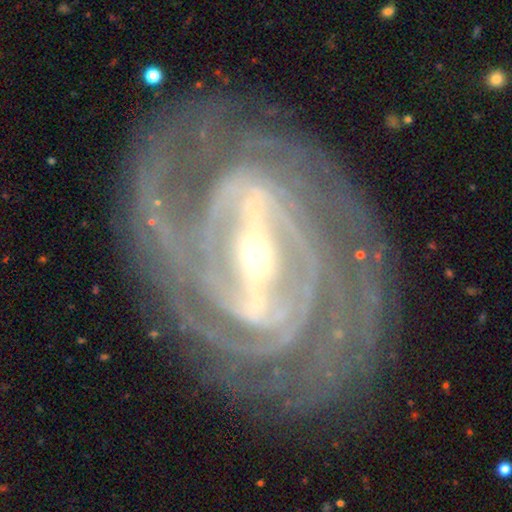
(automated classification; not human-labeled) This appears to be a featured or disk galaxy (92%) with a strong bar (78%), 2 (27%) tight (76%) spiral arms (97%) and a small central bulge (62%). Merging: none (80%).